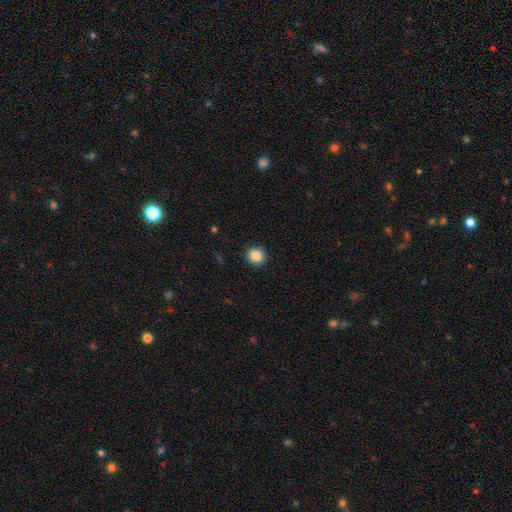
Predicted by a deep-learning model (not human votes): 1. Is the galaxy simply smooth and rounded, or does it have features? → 87% smooth, 9% star or artifact, 4% featured or disk.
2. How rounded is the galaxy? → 89% round, 10% in between, 1% cigar-shaped.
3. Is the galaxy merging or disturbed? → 92% none, 5% minor disturbance, 2% major disturbance, 1% merger.